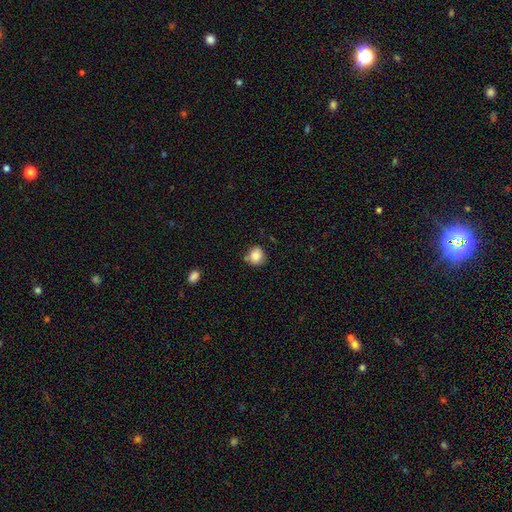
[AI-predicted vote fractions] This appears to be a smooth galaxy with no disk features (86%) that is round (82%). Merging: none (69%).